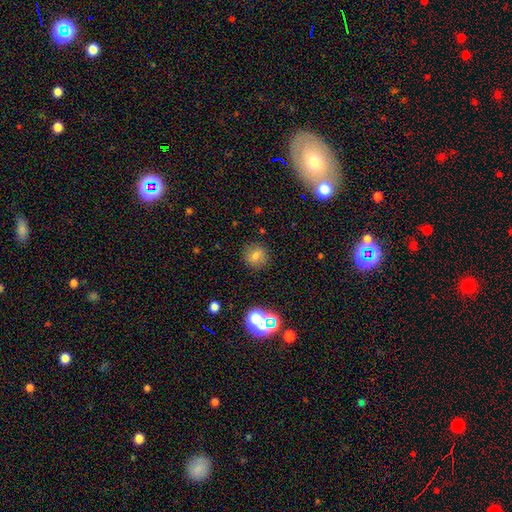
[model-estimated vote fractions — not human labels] A smooth galaxy with no disk features (71%) that is round (86%). Merging: none (86%).